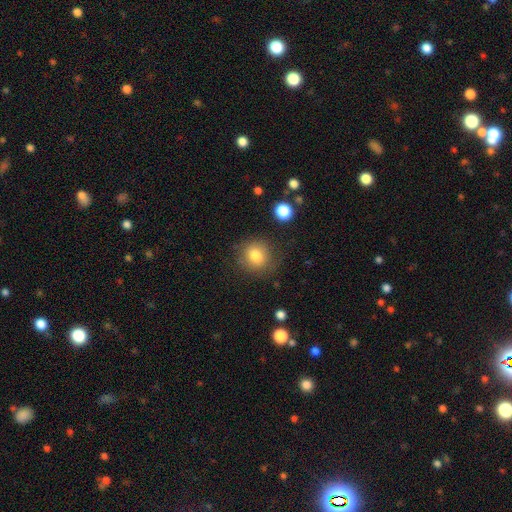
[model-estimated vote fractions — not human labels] This appears to be a smooth galaxy with no disk features (80%) that is round (86%). Merging: none (81%).